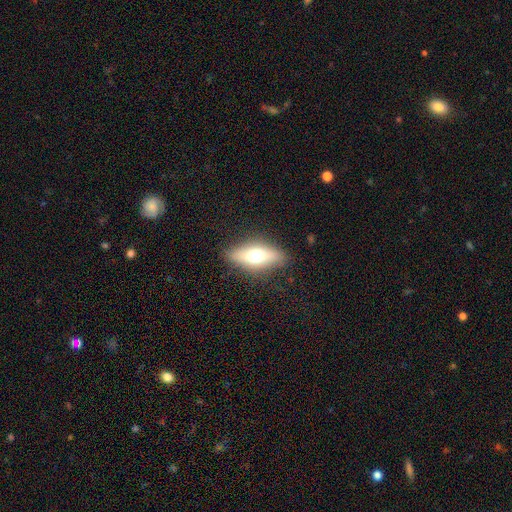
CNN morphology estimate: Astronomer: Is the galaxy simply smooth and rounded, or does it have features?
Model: smooth — 56% (runner-up: featured or disk, 36%).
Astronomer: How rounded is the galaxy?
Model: in between — 70%.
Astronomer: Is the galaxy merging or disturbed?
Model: none — 82%.